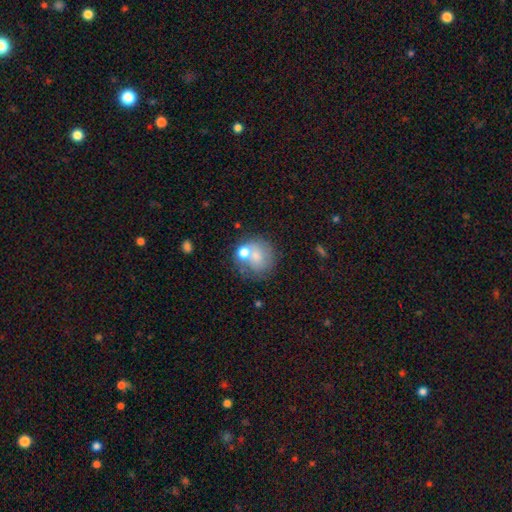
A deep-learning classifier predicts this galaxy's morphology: Smooth or featured? smooth (64%)
How rounded? round (80%)
Merging? none (45%)